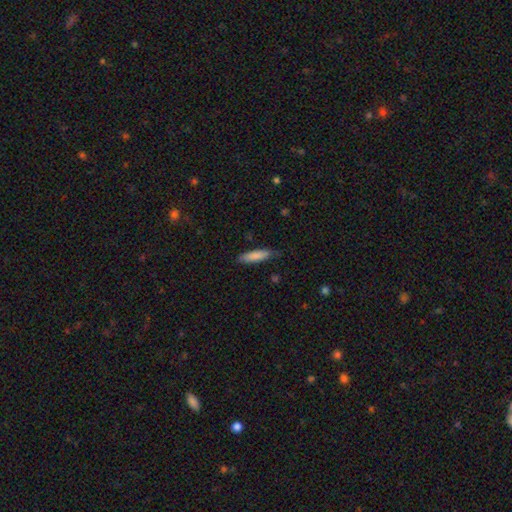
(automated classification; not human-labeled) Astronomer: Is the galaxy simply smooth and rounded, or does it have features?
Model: smooth — 85%.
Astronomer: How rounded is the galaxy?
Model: cigar-shaped — 71%.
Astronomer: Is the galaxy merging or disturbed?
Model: none — 79%.